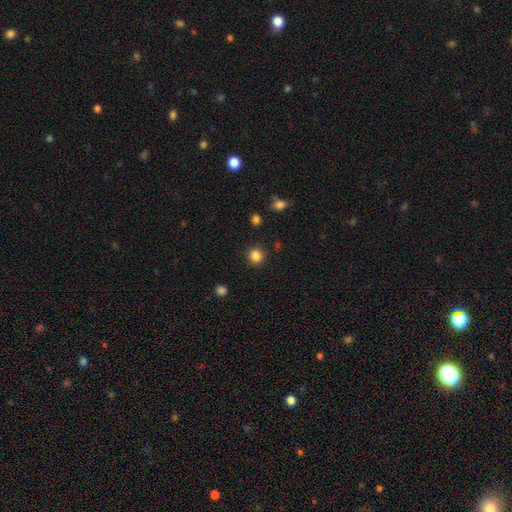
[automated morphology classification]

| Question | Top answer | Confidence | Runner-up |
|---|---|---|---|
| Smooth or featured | smooth | 85% | star or artifact (11%) |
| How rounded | round | 91% | in between (8%) |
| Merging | none | 89% | minor disturbance (7%) |